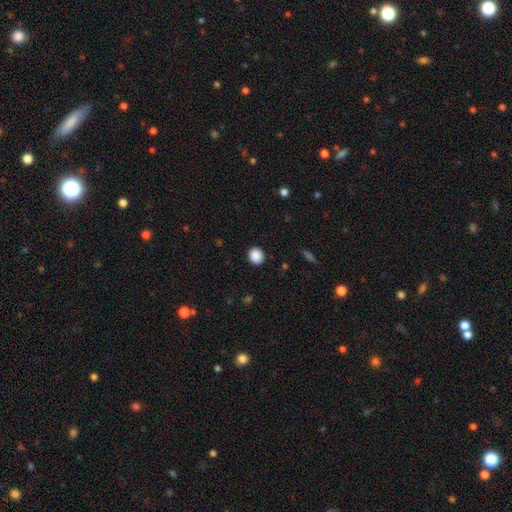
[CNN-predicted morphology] A smooth galaxy with no disk features (89%) that is round (88%). Merging: none (92%).